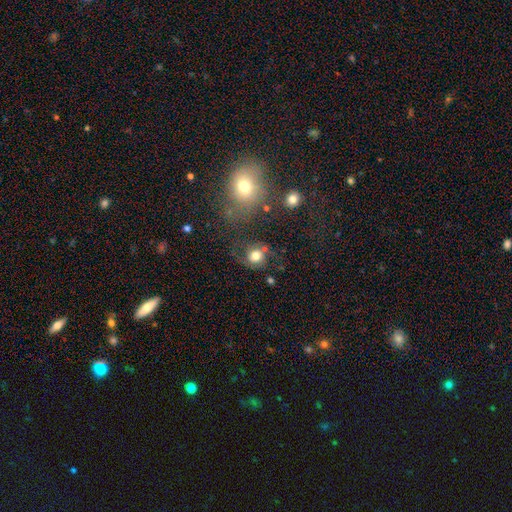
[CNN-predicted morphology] A smooth galaxy with no disk features (71%) that is round (81%).

Vote fractions:
- Smooth or featured? smooth: 71% / featured or disk: 17% / star or artifact: 12%
- How rounded? round: 81% / in between: 18% / cigar-shaped: 1%
- Merging? none: 57% / minor disturbance: 20% / major disturbance: 13% / merger: 11%